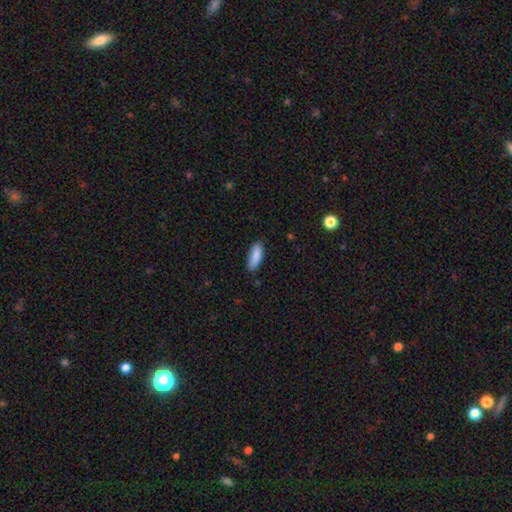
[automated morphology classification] A smooth galaxy with no disk features (87%) that is in between round and cigar-shaped (66%).

Vote fractions:
- Smooth or featured? smooth: 87% / star or artifact: 6% / featured or disk: 6%
- How rounded? in between: 66% / cigar-shaped: 32% / round: 2%
- Merging? none: 79% / minor disturbance: 17% / major disturbance: 3% / merger: 2%